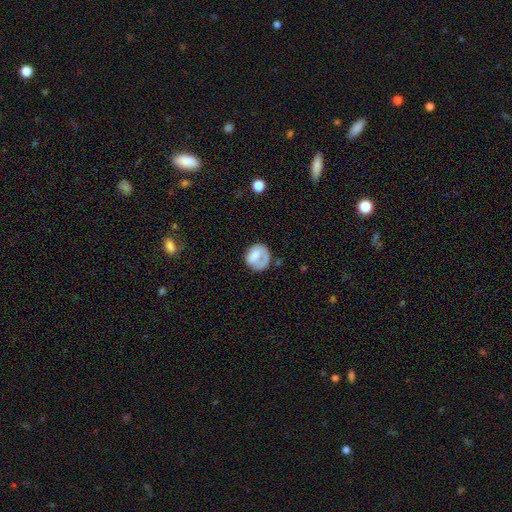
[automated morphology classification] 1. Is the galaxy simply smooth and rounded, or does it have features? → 64% smooth, 28% featured or disk, 7% star or artifact.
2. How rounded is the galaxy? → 73% round, 26% in between, 1% cigar-shaped.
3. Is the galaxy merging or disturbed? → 55% none, 24% minor disturbance, 18% major disturbance, 3% merger.